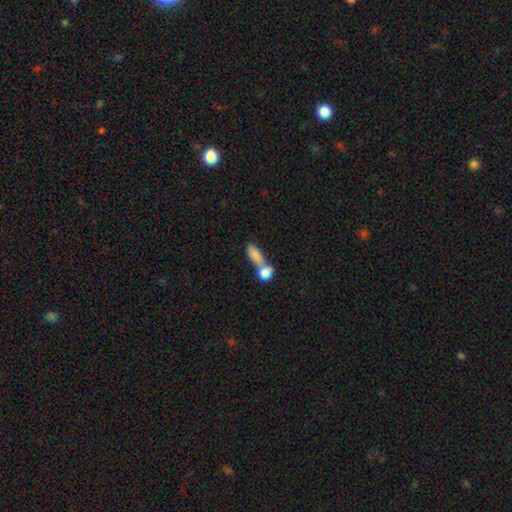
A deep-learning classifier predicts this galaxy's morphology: Smooth or featured? Predicted: smooth (p=0.81). How rounded? Predicted: in between (p=0.61). Merging? Predicted: merger (p=0.55).